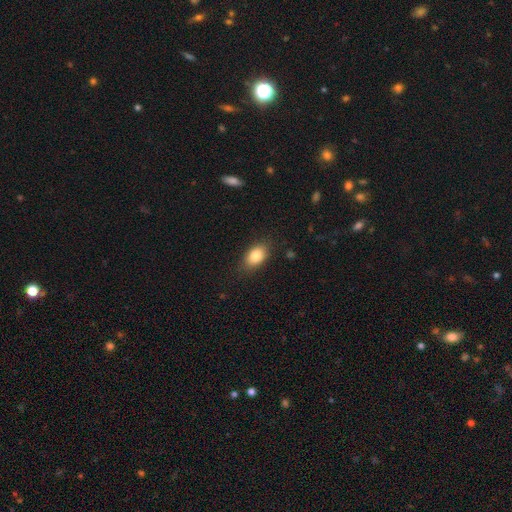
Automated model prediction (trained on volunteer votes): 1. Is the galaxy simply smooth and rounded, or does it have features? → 84% smooth, 8% featured or disk, 8% star or artifact.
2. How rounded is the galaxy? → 88% in between, 10% round, 2% cigar-shaped.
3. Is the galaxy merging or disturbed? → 84% none, 12% minor disturbance, 3% major disturbance, 1% merger.